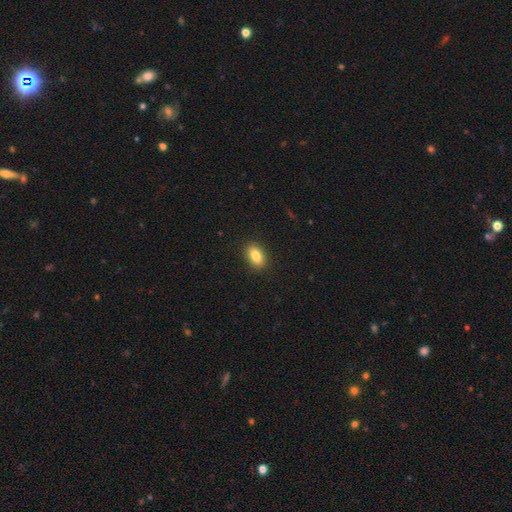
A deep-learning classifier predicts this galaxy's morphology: The model was most divided on "smooth or featured": smooth: 84%, star or artifact: 8%, featured or disk: 7%. More confident: merging — none (89%); how rounded — in between (87%).